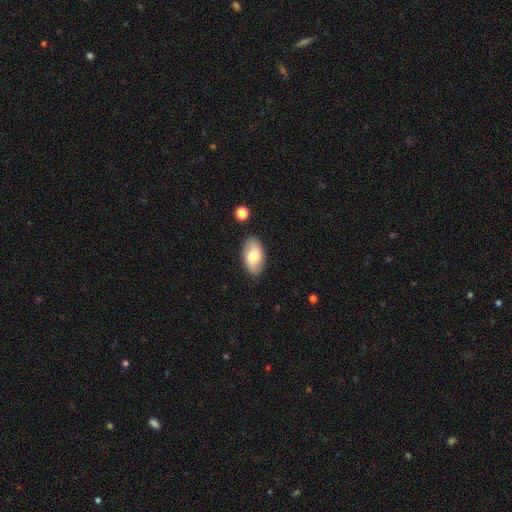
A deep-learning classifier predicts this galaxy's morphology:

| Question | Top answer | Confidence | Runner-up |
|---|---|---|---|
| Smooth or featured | smooth | 62% | featured or disk (31%) |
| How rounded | in between | 93% | round (5%) |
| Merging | none | 84% | minor disturbance (11%) |